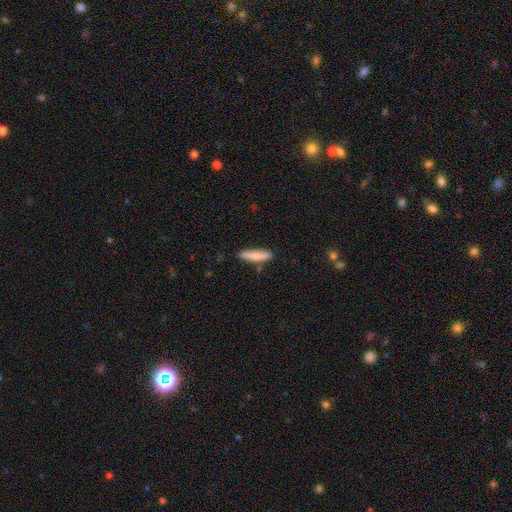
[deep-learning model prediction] Smooth or featured: smooth — 78% (featured or disk — 16%)
How rounded: cigar-shaped — 75% (in between — 23%)
Merging: none — 84% (minor disturbance — 11%)